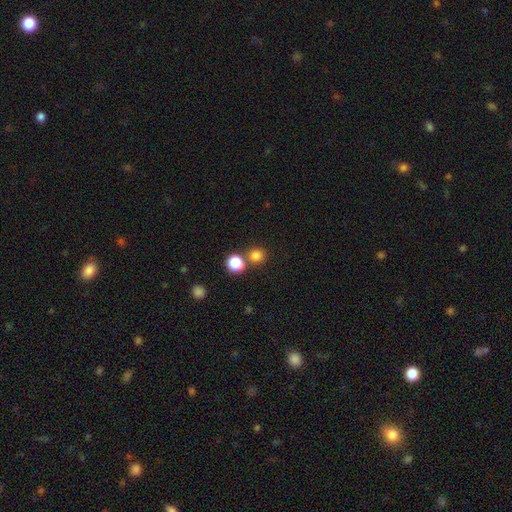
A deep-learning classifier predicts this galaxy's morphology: A smooth galaxy with no disk features (80%) that is round (91%). Merging: none (69%).